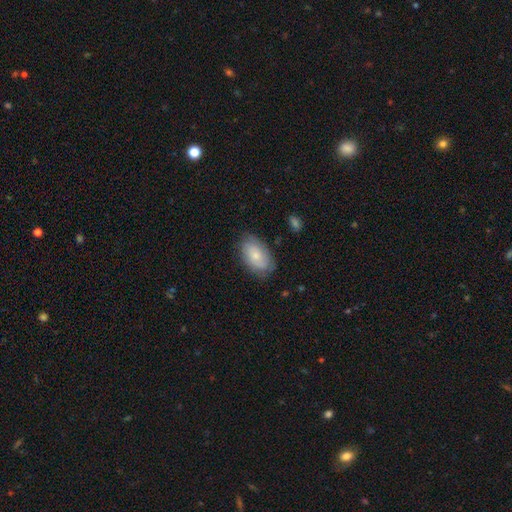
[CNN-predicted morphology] Overall: smooth (64%; featured or disk 30%). How rounded: in between (92%). Merging: none (75%).